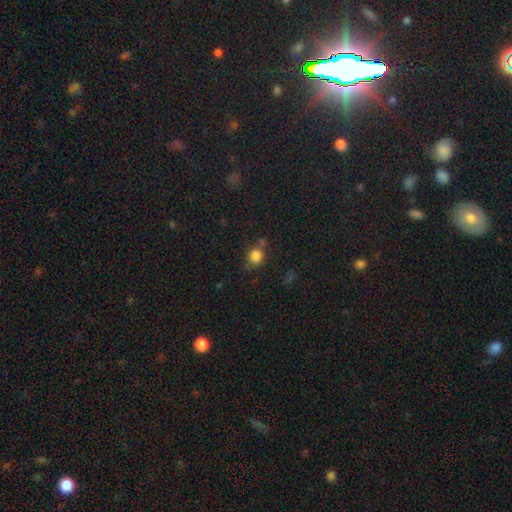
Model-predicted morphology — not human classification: Smooth or featured?
  - smooth: 83% *
  - star or artifact: 12%
  - featured or disk: 5%
How rounded?
  - round: 88% *
  - in between: 11%
  - cigar-shaped: 1%
Merging?
  - none: 70% *
  - minor disturbance: 14%
  - merger: 11%
  - major disturbance: 5%